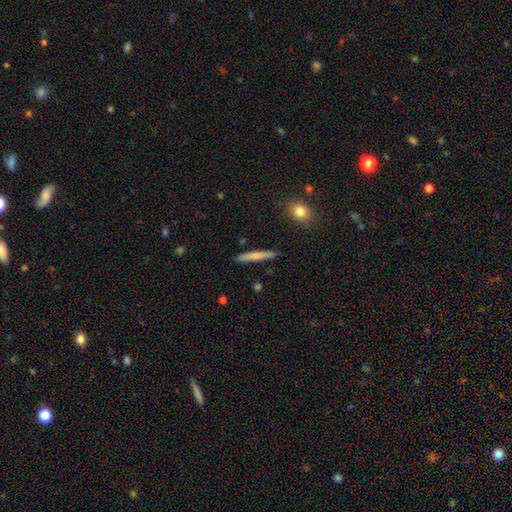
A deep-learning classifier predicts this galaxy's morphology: Smooth or featured? Predicted: smooth (p=0.63). How rounded? Predicted: cigar-shaped (p=0.94). Merging? Predicted: none (p=0.88).